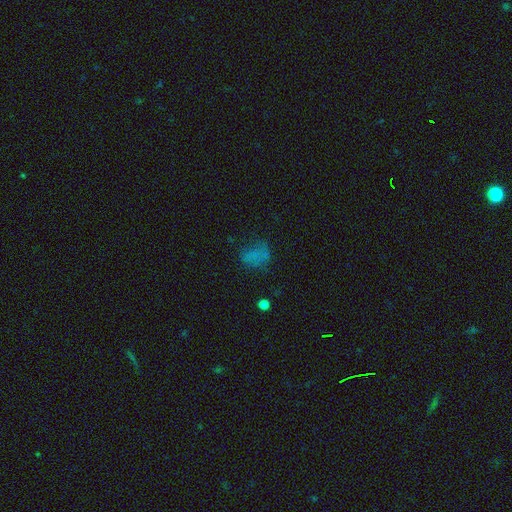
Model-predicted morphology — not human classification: This is possibly a smooth galaxy (57%). How rounded: likely in between (62%). Merging: possibly none (51%).